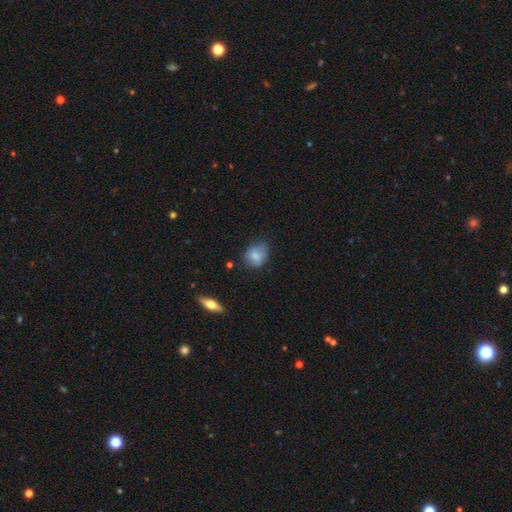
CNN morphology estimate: The model was most divided on "how rounded": in between: 53%, round: 46%, cigar-shaped: 1%. More confident: smooth or featured — smooth (79%); merging — none (56%).